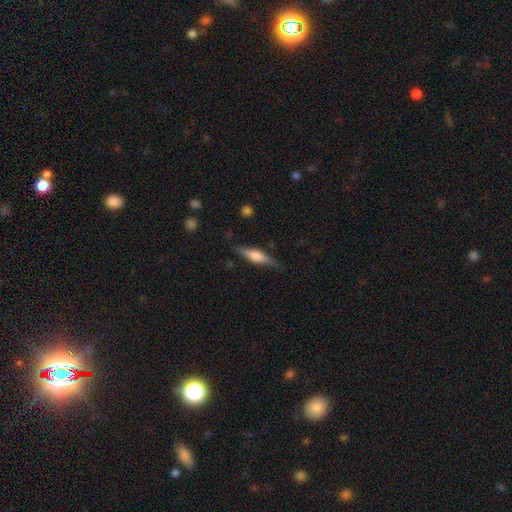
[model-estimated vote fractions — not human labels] smooth-or-featured: smooth: 48% | featured or disk: 45% | star or artifact: 6%
  merging: none: 81% | minor disturbance: 14% | major disturbance: 3% | merger: 2%